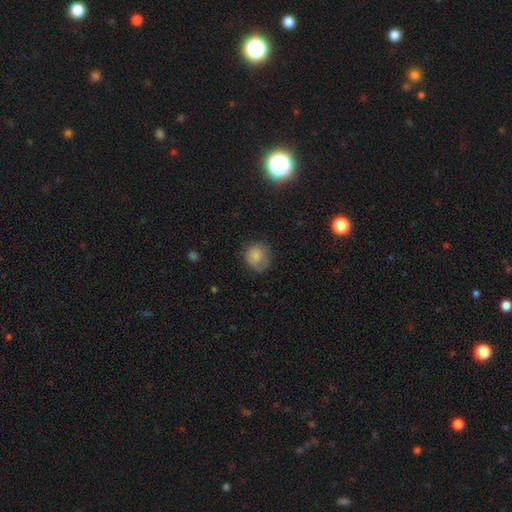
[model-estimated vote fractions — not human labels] Smooth or featured: smooth — 81% (featured or disk — 10%)
How rounded: round — 83% (in between — 16%)
Merging: none — 68% (minor disturbance — 23%)